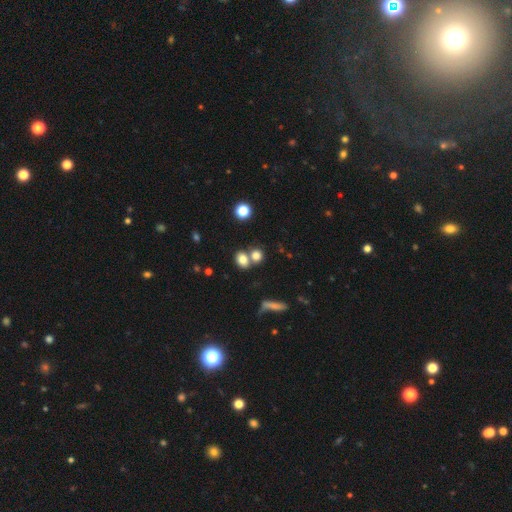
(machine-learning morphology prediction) smooth-or-featured: smooth: 77% | star or artifact: 13% | featured or disk: 10%
  how-rounded: round: 59% | in between: 39% | cigar-shaped: 2%
  merging: none: 45% | merger: 42% | minor disturbance: 8% | major disturbance: 4%